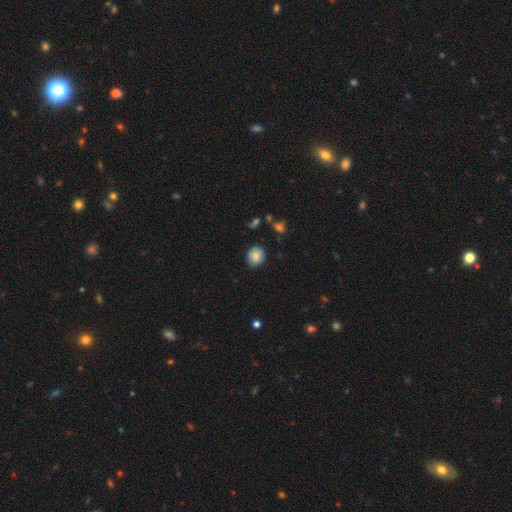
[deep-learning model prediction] smooth 82%, star or artifact 9%, featured or disk 9%. Down the decision tree: how rounded — round (74%); merging — none (82%).